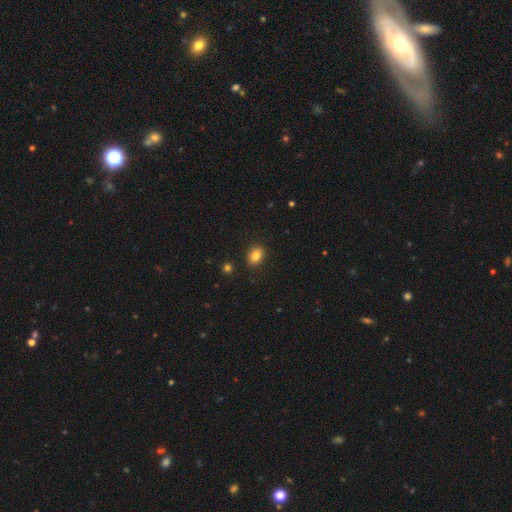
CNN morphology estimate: This is clearly a smooth galaxy (84%). How rounded: likely in between (72%). Merging: clearly none (88%).